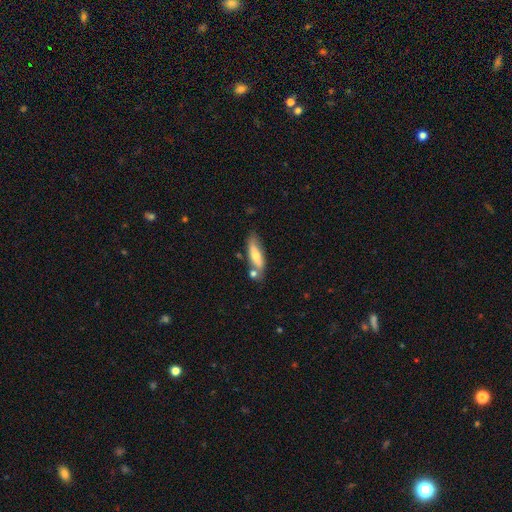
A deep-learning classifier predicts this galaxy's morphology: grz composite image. It shows a smooth galaxy with no disk features (57%) that is cigar-shaped (50%). Merging: none (62%).